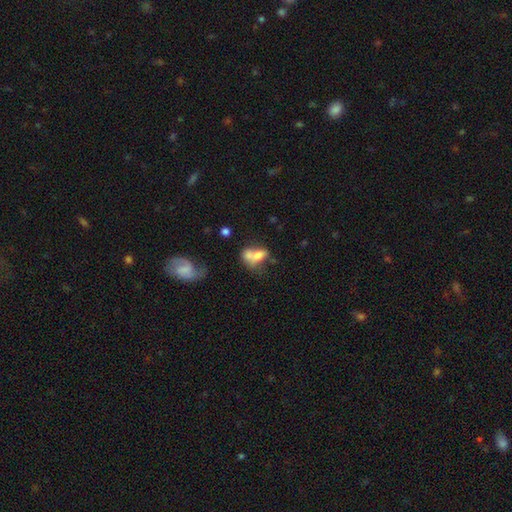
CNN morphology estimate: Smooth or featured? Predicted: smooth (p=0.65). How rounded? Predicted: in between (p=0.76). Merging? Predicted: merger (p=0.53).